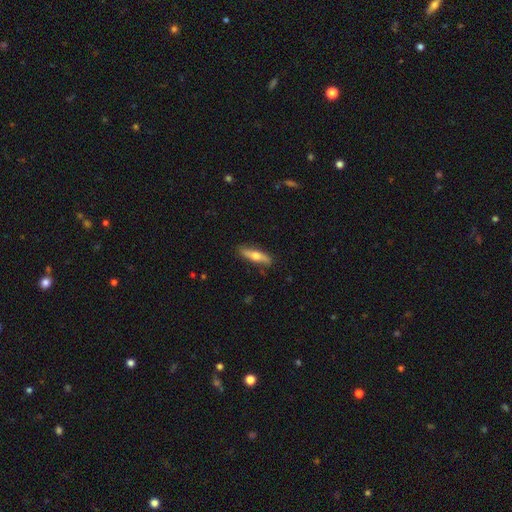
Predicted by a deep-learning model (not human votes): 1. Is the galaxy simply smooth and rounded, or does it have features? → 50% smooth, 44% featured or disk, 5% star or artifact.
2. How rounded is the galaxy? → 71% cigar-shaped, 26% in between, 3% round.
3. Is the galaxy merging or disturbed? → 84% none, 12% minor disturbance, 2% major disturbance, 1% merger.